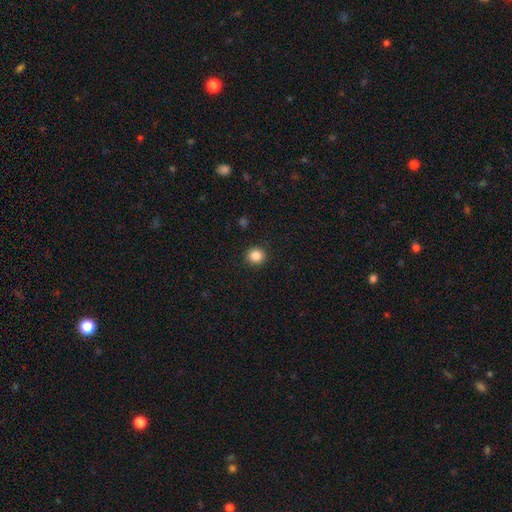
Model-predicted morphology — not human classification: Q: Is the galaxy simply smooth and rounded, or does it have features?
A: smooth — 86%.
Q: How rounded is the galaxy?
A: round — 88%.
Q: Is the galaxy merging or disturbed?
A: none — 92%.